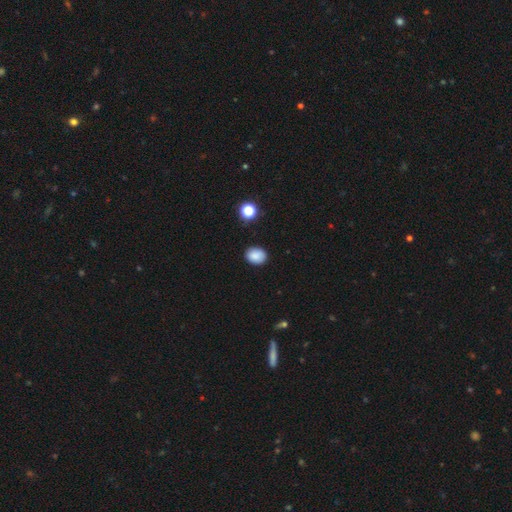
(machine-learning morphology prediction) Smooth or featured? smooth (86%)
How rounded? in between (54%)
Merging? none (87%)